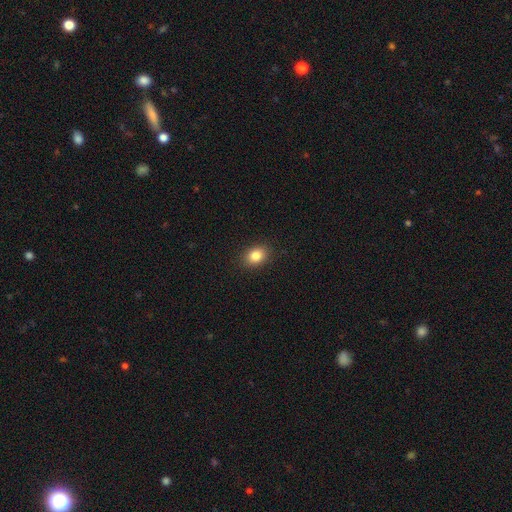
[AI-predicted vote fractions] Smooth or featured?
  - smooth: 84% *
  - star or artifact: 10%
  - featured or disk: 6%
How rounded?
  - in between: 65% *
  - round: 34%
  - cigar-shaped: 1%
Merging?
  - none: 89% *
  - minor disturbance: 8%
  - major disturbance: 2%
  - merger: 1%